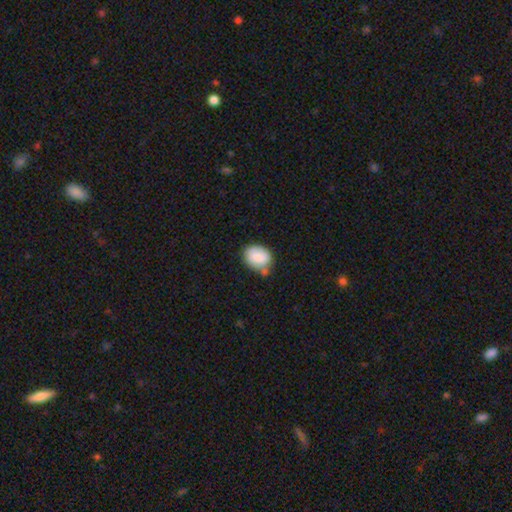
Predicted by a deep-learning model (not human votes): This appears to be a smooth galaxy with no disk features (87%) that is in between round and cigar-shaped (60%). Merging: none (59%).